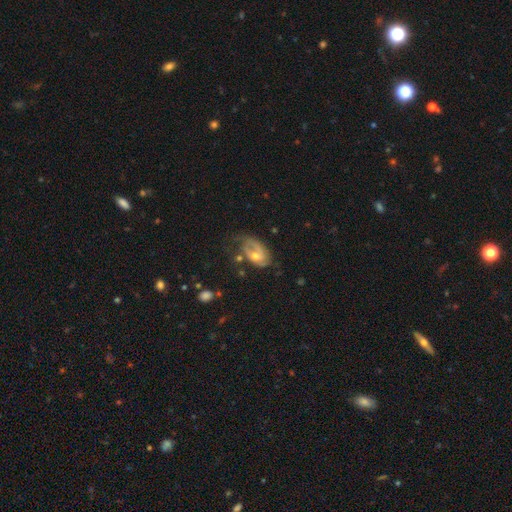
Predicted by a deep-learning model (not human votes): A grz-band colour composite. It shows a featured or disk galaxy (65%) with no bar (61%), spiral arms (77%) and a moderate central bulge (60%). Merging: none (38%).